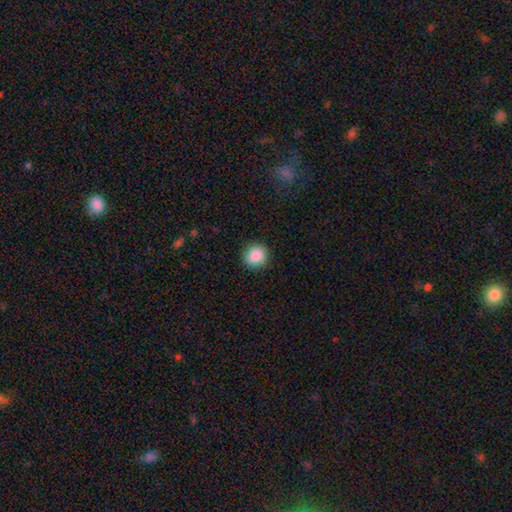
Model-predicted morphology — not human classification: This is clearly a smooth galaxy (88%). How rounded: clearly round (89%). Merging: clearly none (89%).